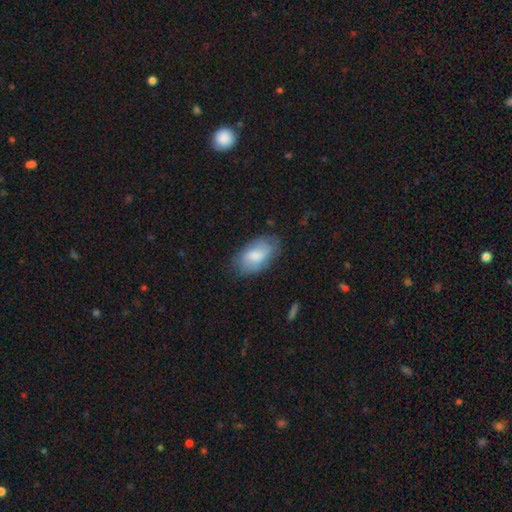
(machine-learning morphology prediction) A smooth galaxy with no disk features (73%) that is in between round and cigar-shaped (94%). Merging: none (69%).